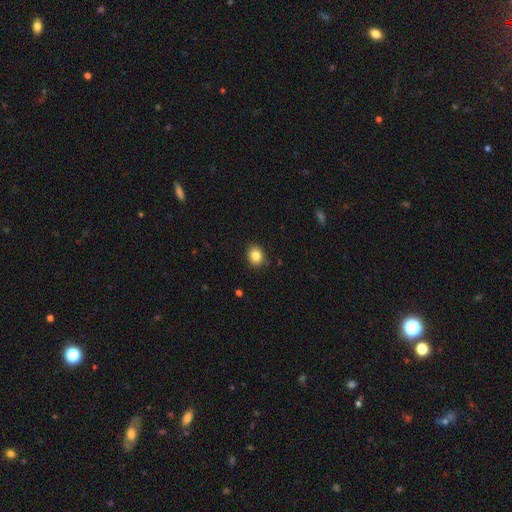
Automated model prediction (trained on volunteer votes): A smooth galaxy with no disk features (84%) that is round (68%).

Vote fractions:
- Smooth or featured? smooth: 84% / star or artifact: 10% / featured or disk: 6%
- How rounded? round: 68% / in between: 32% / cigar-shaped: 1%
- Merging? none: 88% / minor disturbance: 9% / major disturbance: 2% / merger: 1%